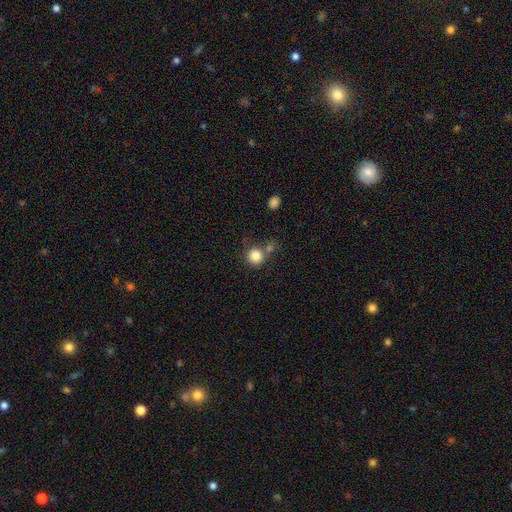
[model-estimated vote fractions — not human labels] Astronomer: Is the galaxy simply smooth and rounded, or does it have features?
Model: smooth — 84%.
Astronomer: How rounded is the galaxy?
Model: round — 90%.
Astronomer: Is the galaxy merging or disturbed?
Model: none — 62%.